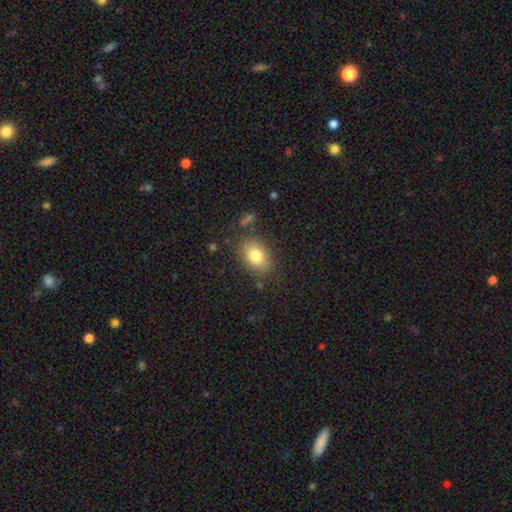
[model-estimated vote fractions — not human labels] smooth-or-featured: smooth: 80% | featured or disk: 11% | star or artifact: 9%
  how-rounded: in between: 78% | round: 21% | cigar-shaped: 1%
  merging: none: 80% | minor disturbance: 13% | major disturbance: 4% | merger: 3%